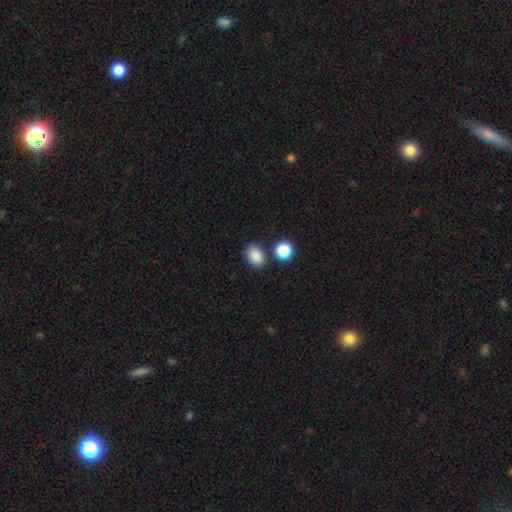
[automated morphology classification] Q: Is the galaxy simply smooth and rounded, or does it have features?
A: smooth — 87%.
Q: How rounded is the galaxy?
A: in between — 76%.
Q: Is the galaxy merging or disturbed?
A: none — 78%.